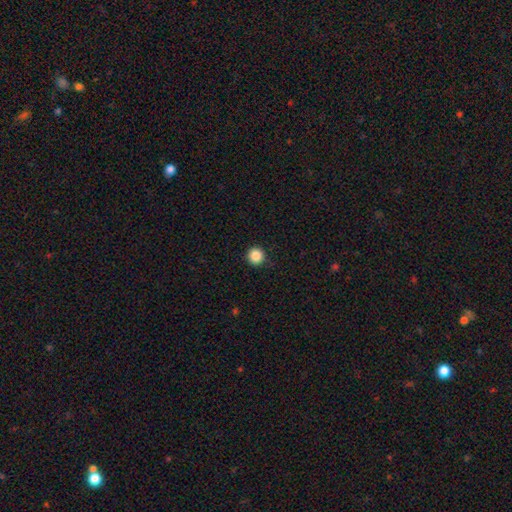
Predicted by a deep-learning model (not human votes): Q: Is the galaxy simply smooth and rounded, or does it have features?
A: smooth — 86%.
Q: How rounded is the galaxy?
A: round — 95%.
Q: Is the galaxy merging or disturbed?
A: none — 91%.